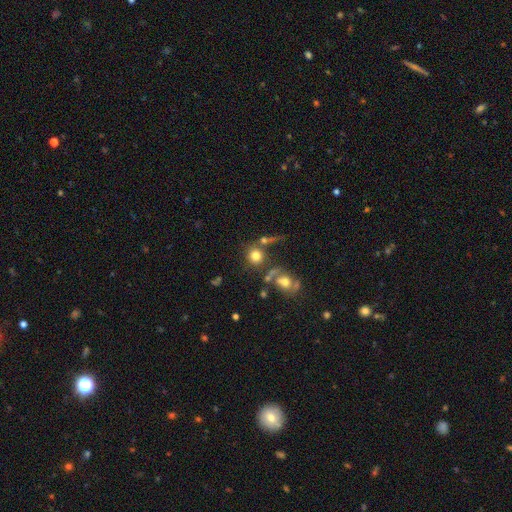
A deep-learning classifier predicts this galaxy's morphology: smooth_or_featured: smooth (p=0.74) [alt: star or artifact p=0.13]
how_rounded: round (p=0.88) [alt: in between p=0.11]
merging: none (p=0.62) [alt: merger p=0.20]